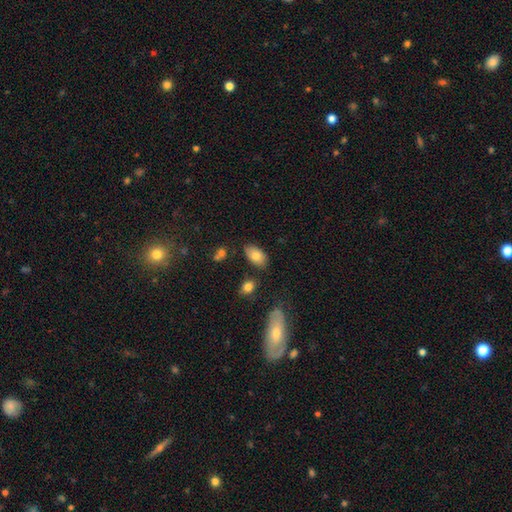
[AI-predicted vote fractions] smooth 80%, featured or disk 12%, star or artifact 8%. Down the decision tree: how rounded — in between (93%); merging — none (79%).